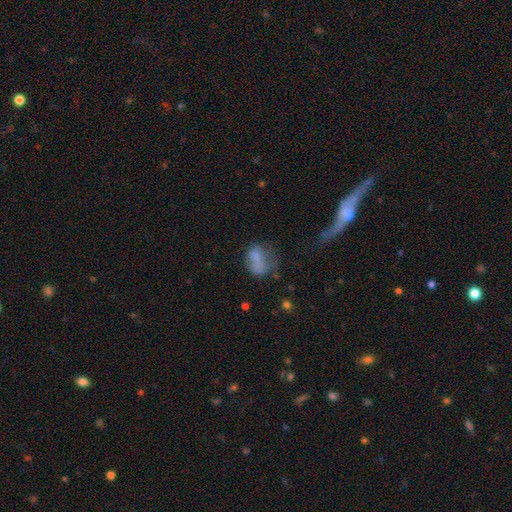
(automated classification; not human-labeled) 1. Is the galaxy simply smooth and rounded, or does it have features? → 58% smooth, 28% featured or disk, 14% star or artifact.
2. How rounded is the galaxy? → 76% in between, 19% round, 5% cigar-shaped.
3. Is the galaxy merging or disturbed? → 32% none, 29% major disturbance, 24% minor disturbance, 14% merger.